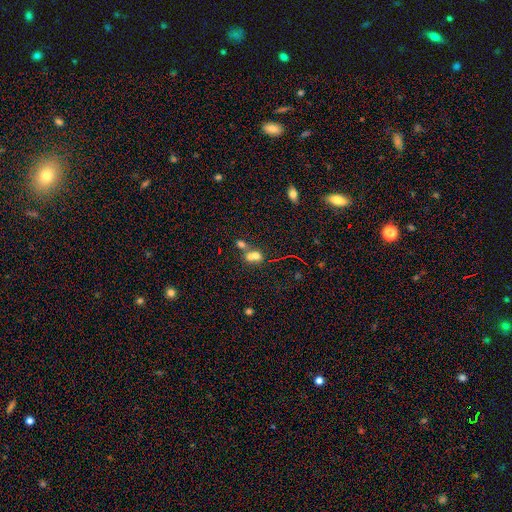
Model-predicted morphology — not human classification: A smooth galaxy with no disk features (66%) that is round (51%). Merging: merger (70%).